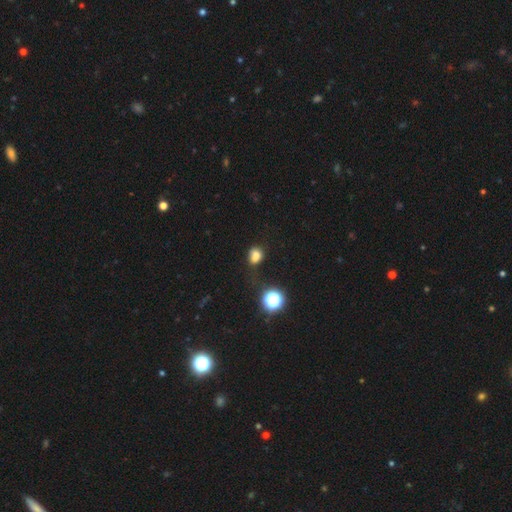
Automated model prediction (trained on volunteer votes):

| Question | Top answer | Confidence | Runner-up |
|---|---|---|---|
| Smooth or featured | smooth | 75% | star or artifact (17%) |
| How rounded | round | 54% | in between (45%) |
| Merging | none | 51% | minor disturbance (25%) |